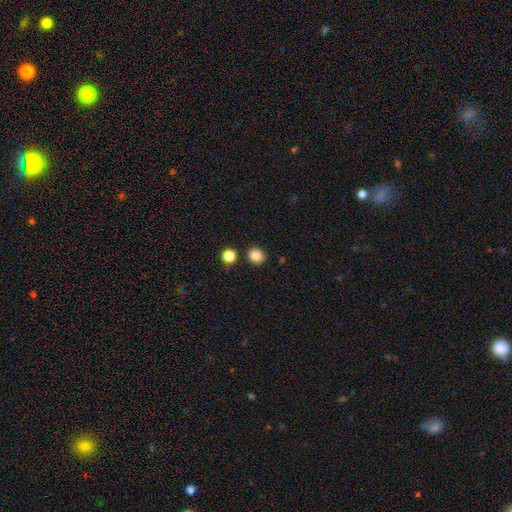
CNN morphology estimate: Smooth or featured? Predicted: smooth (p=0.85). How rounded? Predicted: round (p=0.87). Merging? Predicted: none (p=0.87).